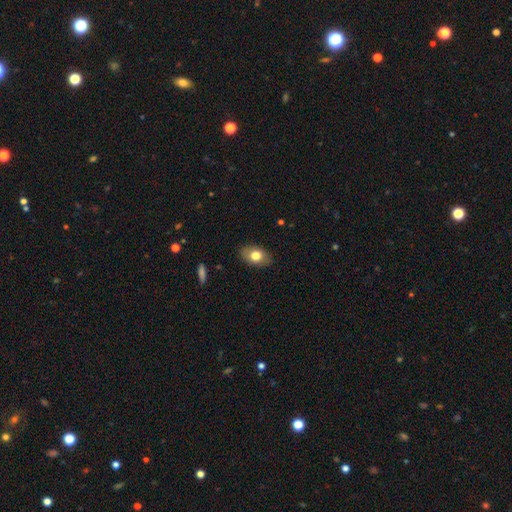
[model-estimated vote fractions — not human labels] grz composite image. It shows a smooth galaxy with no disk features (76%) that is in between round and cigar-shaped (85%). Merging: none (85%).